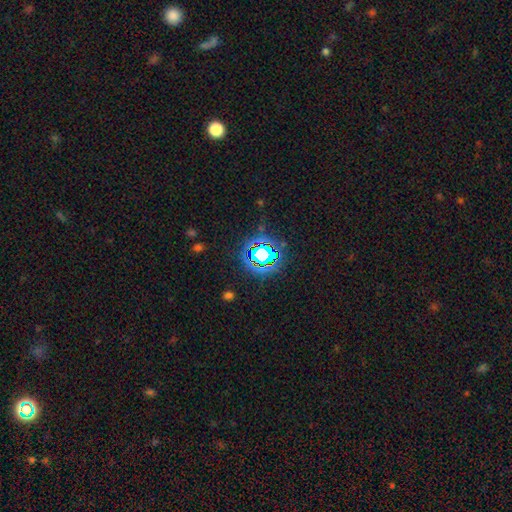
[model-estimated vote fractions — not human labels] A star or artifact, not a galaxy (73%).

Vote fractions:
- Smooth or featured? star or artifact: 73% / smooth: 17% / featured or disk: 11%